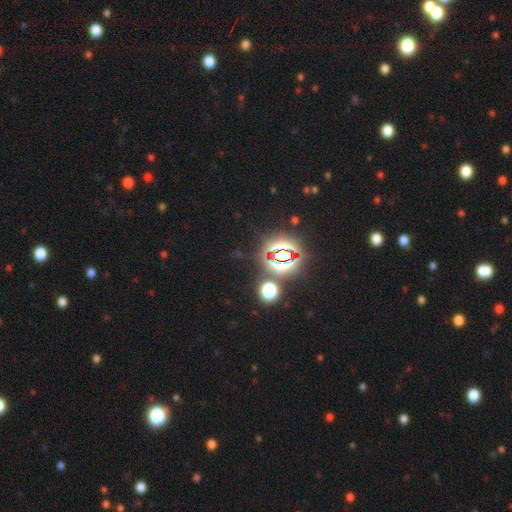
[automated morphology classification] Smooth or featured? star or artifact (83%)